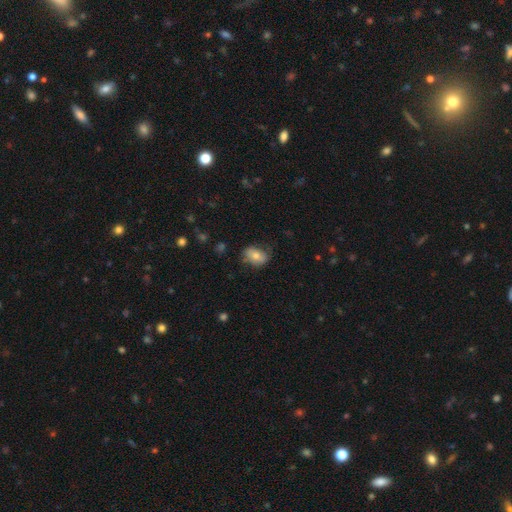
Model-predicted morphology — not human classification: Smooth or featured: smooth — 72% (featured or disk — 20%)
How rounded: in between — 77% (round — 22%)
Merging: none — 68% (minor disturbance — 23%)